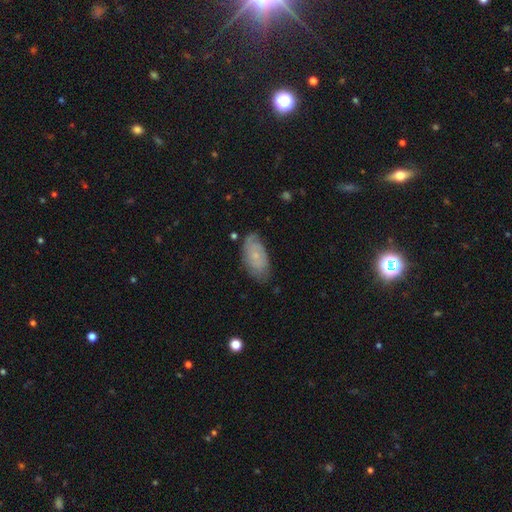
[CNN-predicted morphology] Smooth or featured? smooth (46%, tied with featured or disk)
Merging? none (68%)